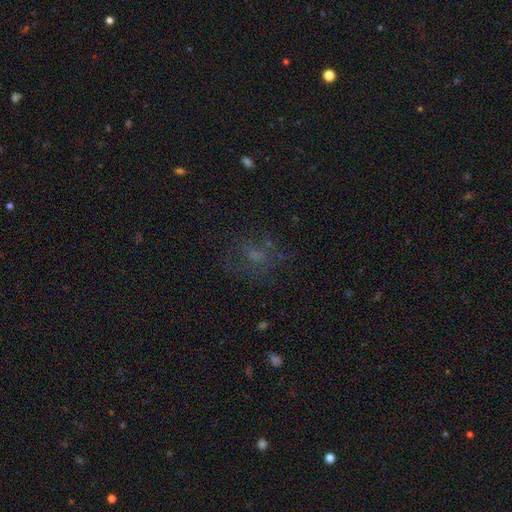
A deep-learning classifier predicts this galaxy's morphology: Smooth or featured?
  - smooth: 41% *
  - featured or disk: 31%
  - star or artifact: 28%
Merging?
  - none: 59% *
  - major disturbance: 20%
  - minor disturbance: 18%
  - merger: 3%